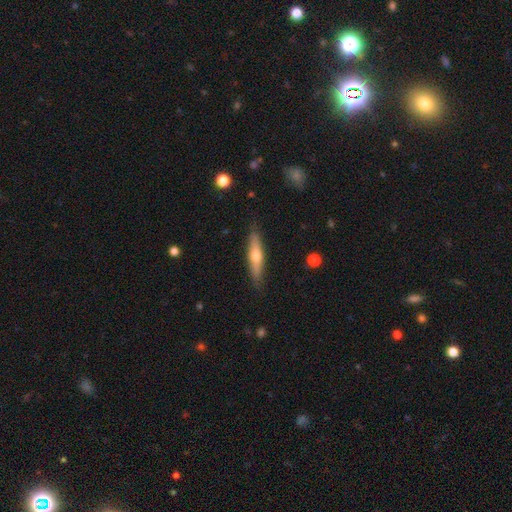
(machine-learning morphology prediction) smooth-or-featured: featured or disk: 48% | smooth: 46% | star or artifact: 6%
  merging: none: 86% | minor disturbance: 11% | major disturbance: 2% | merger: 1%